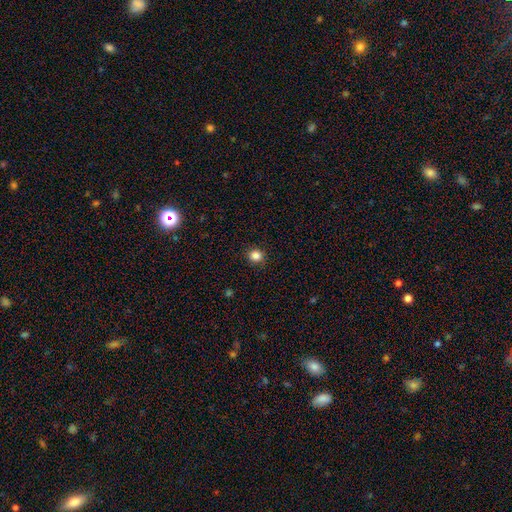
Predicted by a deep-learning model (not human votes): This is clearly a smooth galaxy (85%). How rounded: clearly round (87%). Merging: clearly none (90%).